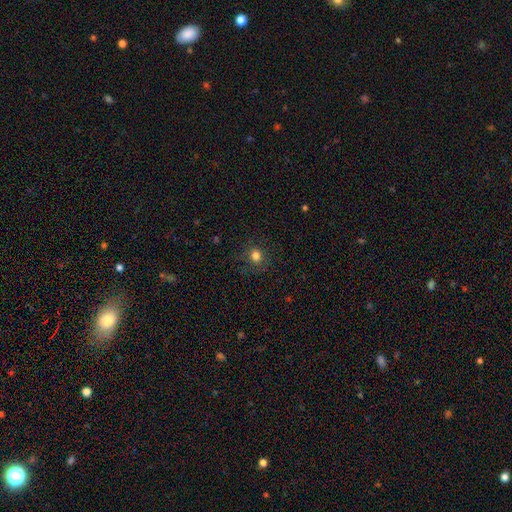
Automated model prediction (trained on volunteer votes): The model was most divided on "smooth or featured": smooth: 79%, star or artifact: 15%, featured or disk: 7%. More confident: how rounded — round (85%); merging — none (82%).